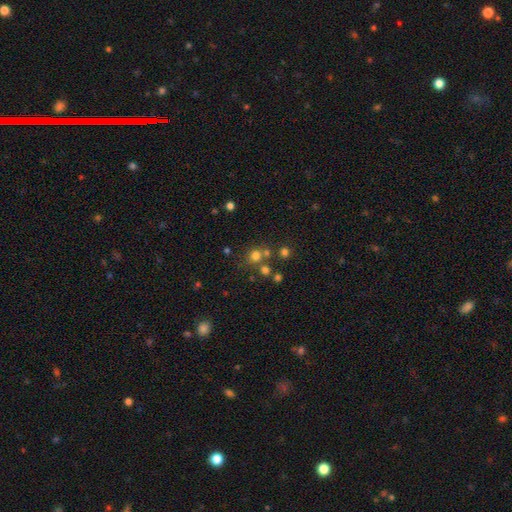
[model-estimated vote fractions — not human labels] The model was most divided on "merging": none: 65%, merger: 23%, minor disturbance: 8%, major disturbance: 4%. More confident: how rounded — round (88%); smooth or featured — smooth (69%).